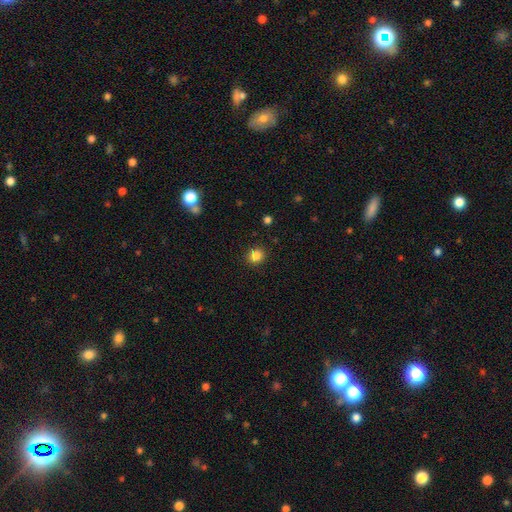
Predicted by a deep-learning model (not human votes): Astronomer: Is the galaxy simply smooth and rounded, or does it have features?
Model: smooth — 85%.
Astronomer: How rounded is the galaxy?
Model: round — 87%.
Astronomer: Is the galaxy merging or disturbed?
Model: none — 90%.